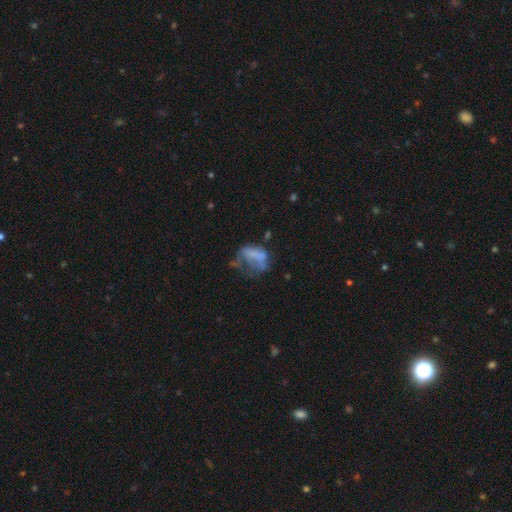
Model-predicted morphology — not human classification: Smooth or featured: smooth — 50% (featured or disk — 37%)
Merging: major disturbance — 48% (none — 22%)